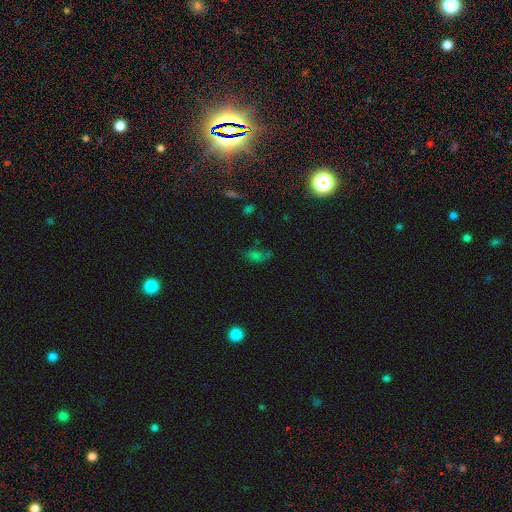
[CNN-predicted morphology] Smooth or featured?
  - smooth: 53% *
  - star or artifact: 35%
  - featured or disk: 12%
How rounded?
  - in between: 79% *
  - round: 14%
  - cigar-shaped: 8%
Merging?
  - none: 52% *
  - minor disturbance: 23%
  - major disturbance: 14%
  - merger: 11%